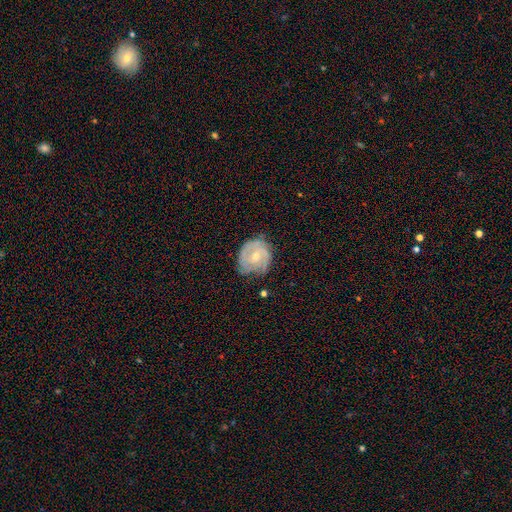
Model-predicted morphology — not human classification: Smooth or featured? featured or disk (75%)
Edge-on disk? no (98%)
Bar? no (69%)
Spiral arms? yes (90%)
Spiral winding? tight (61%)
Spiral arm count? 2 (31%)
Bulge size? small (55%)
Merging? none (63%)